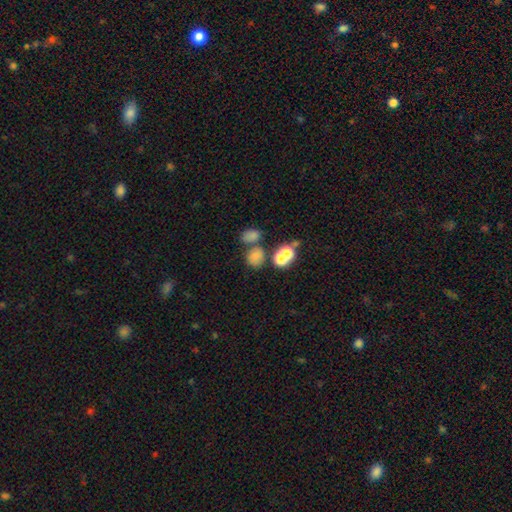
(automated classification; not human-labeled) Morphology: type=smooth (71%); roundness=round (59%); merging=none (47%).